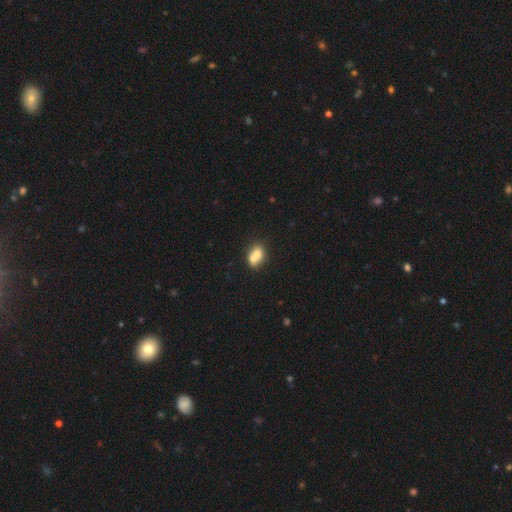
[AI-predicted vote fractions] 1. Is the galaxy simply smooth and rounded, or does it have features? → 69% smooth, 21% featured or disk, 9% star or artifact.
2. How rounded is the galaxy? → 66% in between, 32% round, 2% cigar-shaped.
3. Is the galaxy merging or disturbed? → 55% merger, 29% none, 11% minor disturbance, 5% major disturbance.